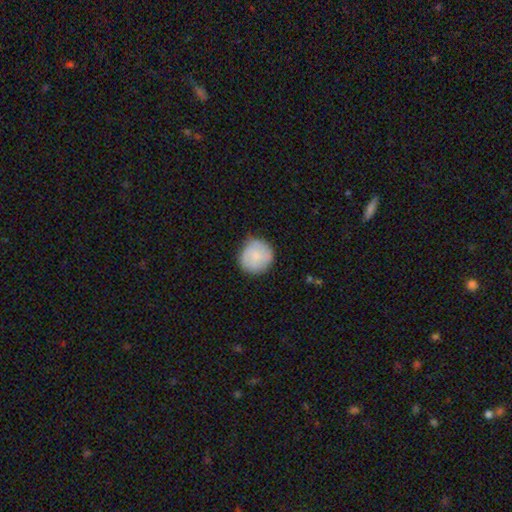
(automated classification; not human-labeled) Smooth or featured?
  - smooth: 76% *
  - featured or disk: 18%
  - star or artifact: 6%
How rounded?
  - round: 92% *
  - in between: 7%
  - cigar-shaped: 1%
Merging?
  - none: 72% *
  - minor disturbance: 22%
  - major disturbance: 5%
  - merger: 2%